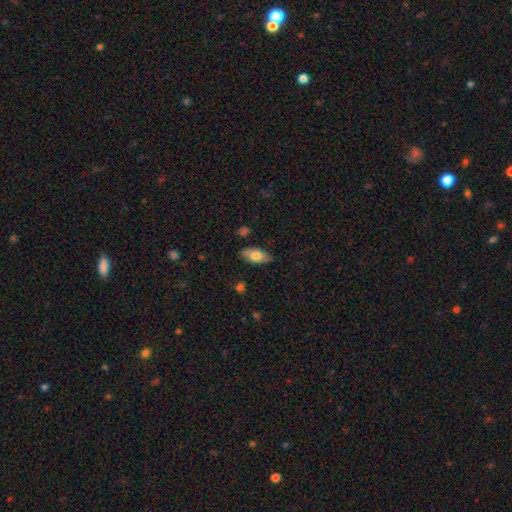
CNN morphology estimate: Smooth or featured? Predicted: smooth (p=0.71). How rounded? Predicted: in between (p=0.88). Merging? Predicted: none (p=0.83).